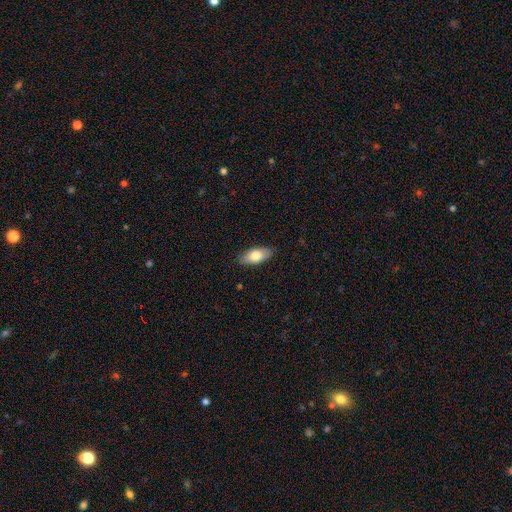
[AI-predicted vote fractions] Q: Smooth or featured?
A: smooth (77%); runner-up: featured or disk (17%)
Q: How rounded?
A: in between (89%); runner-up: cigar-shaped (9%)
Q: Merging?
A: none (88%); runner-up: minor disturbance (10%)